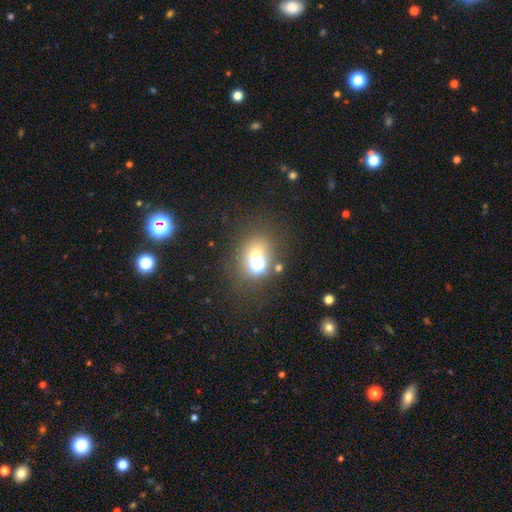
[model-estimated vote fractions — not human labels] Smooth or featured?
  - smooth: 55% *
  - star or artifact: 28%
  - featured or disk: 16%
How rounded?
  - round: 68% *
  - in between: 30%
  - cigar-shaped: 1%
Merging?
  - none: 57% *
  - merger: 28%
  - minor disturbance: 9%
  - major disturbance: 6%